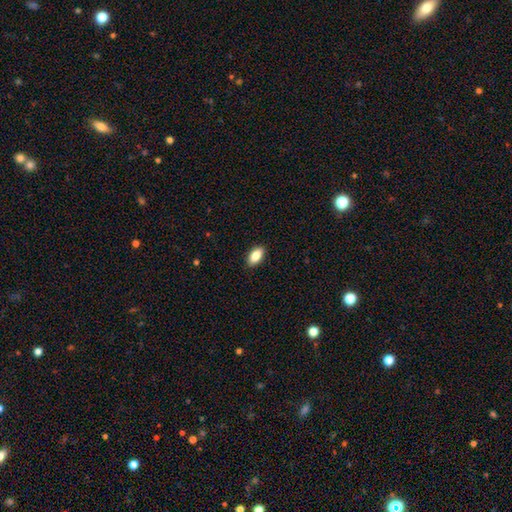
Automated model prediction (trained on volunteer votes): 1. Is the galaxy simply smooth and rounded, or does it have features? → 85% smooth, 8% featured or disk, 7% star or artifact.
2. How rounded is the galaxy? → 91% in between, 5% cigar-shaped, 4% round.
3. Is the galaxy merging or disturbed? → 89% none, 8% minor disturbance, 2% major disturbance, 1% merger.